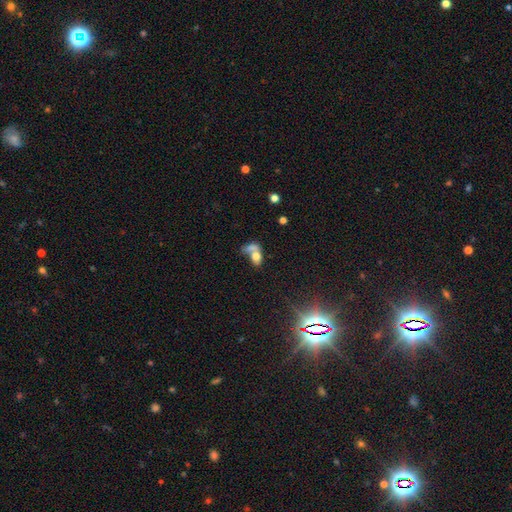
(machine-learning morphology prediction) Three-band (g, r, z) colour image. It shows a smooth galaxy with no disk features (63%) that is in between round and cigar-shaped (72%). Merging: merger (60%).